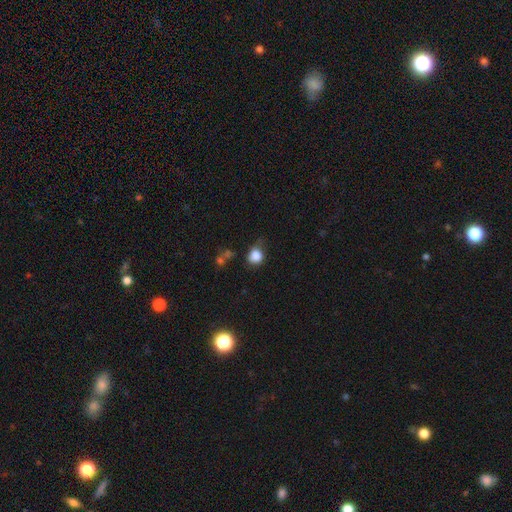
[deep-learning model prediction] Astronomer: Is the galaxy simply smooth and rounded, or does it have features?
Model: smooth — 83%.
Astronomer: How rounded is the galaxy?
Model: round — 76%.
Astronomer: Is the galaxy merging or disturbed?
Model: none — 48% (runner-up: minor disturbance, 32%).